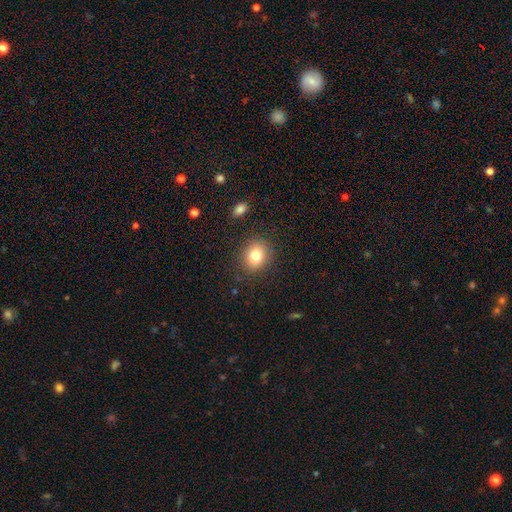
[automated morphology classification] A smooth galaxy with no disk features (80%) that is round (66%). Merging: none (87%).